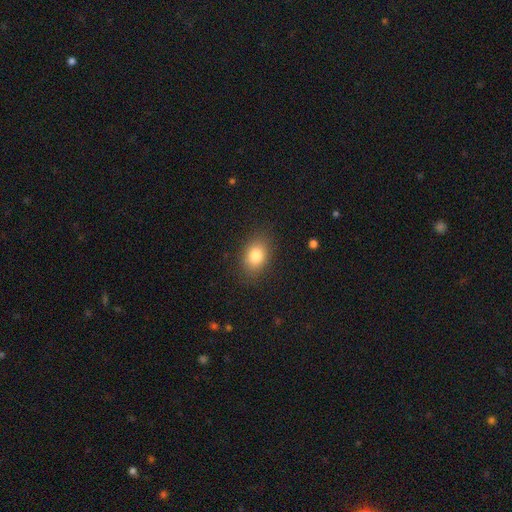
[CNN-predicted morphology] Overall: smooth (82%). How rounded: in between (72%). Merging: none (85%).